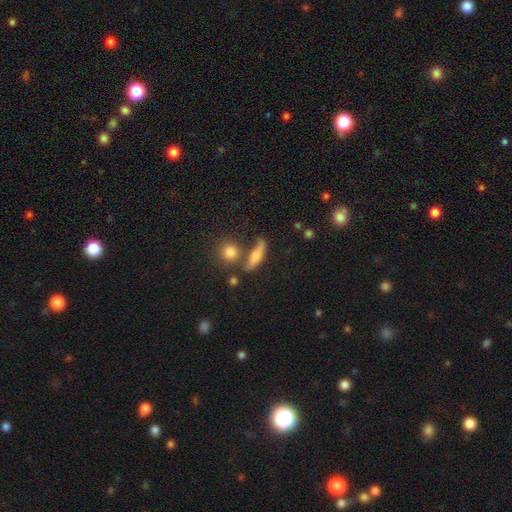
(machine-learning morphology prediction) smooth 59%, featured or disk 30%, star or artifact 11%. Down the decision tree: how rounded — cigar-shaped (63%); merging — none (65%).